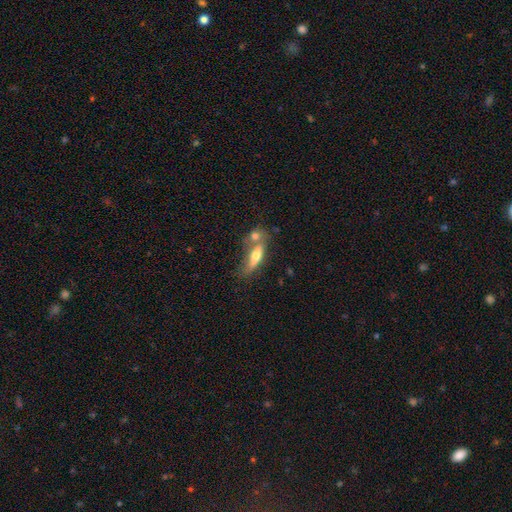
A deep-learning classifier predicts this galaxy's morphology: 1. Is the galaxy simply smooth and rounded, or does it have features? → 56% smooth, 36% featured or disk, 7% star or artifact.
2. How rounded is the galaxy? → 48% in between (tied), 48% cigar-shaped (tied), 4% round.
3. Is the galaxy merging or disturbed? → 47% merger, 34% none, 12% minor disturbance, 6% major disturbance.